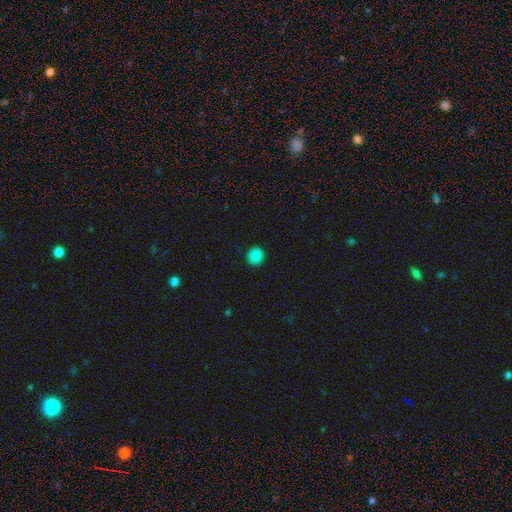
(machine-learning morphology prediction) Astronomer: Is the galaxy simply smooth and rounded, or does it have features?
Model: smooth — 87%.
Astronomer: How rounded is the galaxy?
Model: round — 90%.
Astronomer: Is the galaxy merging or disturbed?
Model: none — 92%.